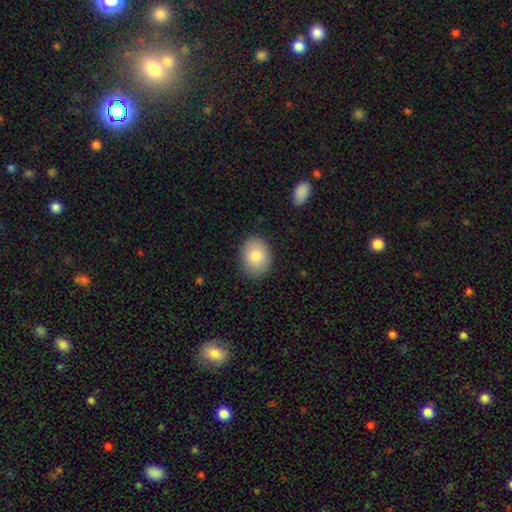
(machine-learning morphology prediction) type=smooth (82%); roundness=in between (67%); merging=none (86%).